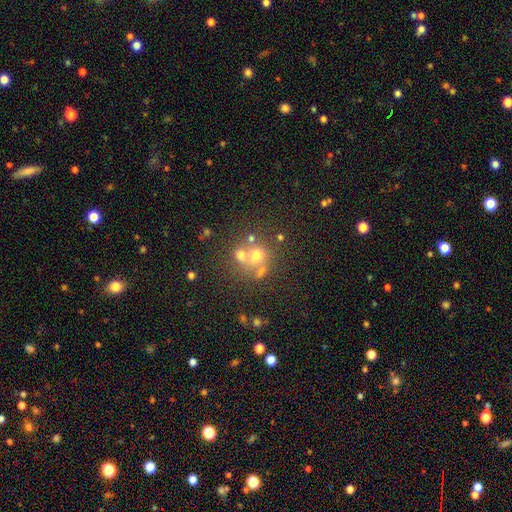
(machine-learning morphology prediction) Smooth or featured? Predicted: smooth (p=0.51). How rounded? Predicted: round (p=0.80). Merging? Predicted: none (p=0.44).